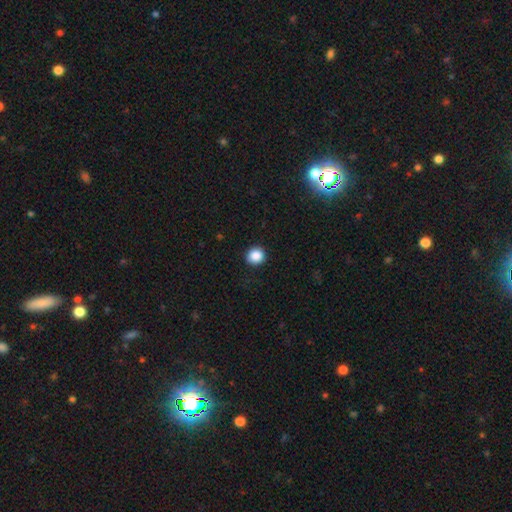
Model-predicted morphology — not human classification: The model was most divided on "how rounded": round: 88%, in between: 11%, cigar-shaped: 1%. More confident: merging — none (90%); smooth or featured — smooth (88%).